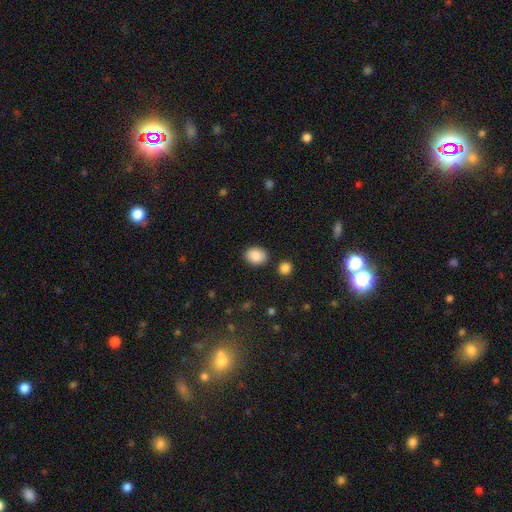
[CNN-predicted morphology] Smooth or featured? smooth (87%)
How rounded? in between (61%)
Merging? none (85%)